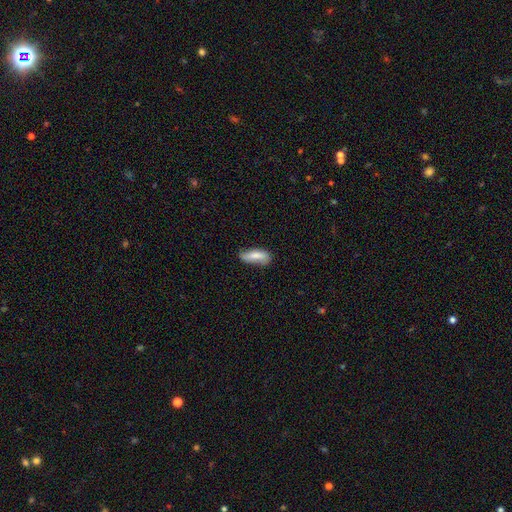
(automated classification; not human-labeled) smooth_or_featured: smooth (p=0.76) [alt: featured or disk p=0.18]
how_rounded: in between (p=0.65) [alt: cigar-shaped p=0.33]
merging: none (p=0.64) [alt: minor disturbance p=0.27]